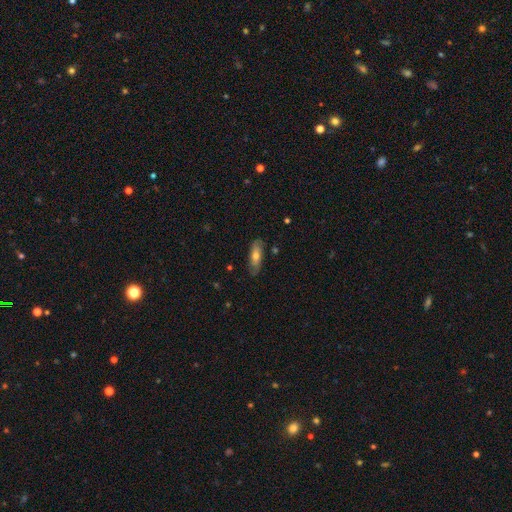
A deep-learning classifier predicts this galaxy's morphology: The model was most divided on "smooth or featured": smooth: 56%, featured or disk: 37%, star or artifact: 7%. More confident: merging — none (81%); how rounded — in between (61%).